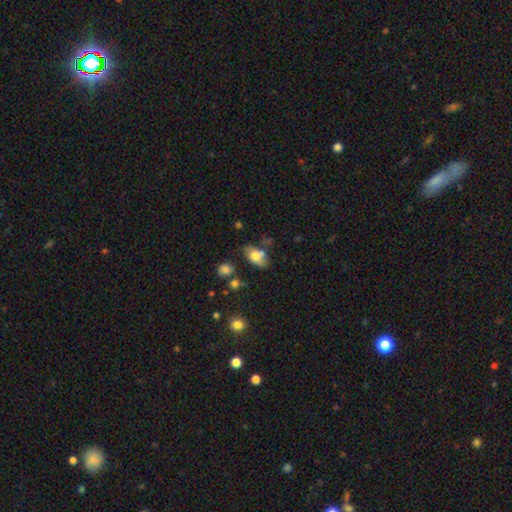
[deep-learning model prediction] The model was most divided on "merging": none: 50%, minor disturbance: 25%, merger: 15%, major disturbance: 9%. More confident: how rounded — in between (87%); smooth or featured — smooth (66%).